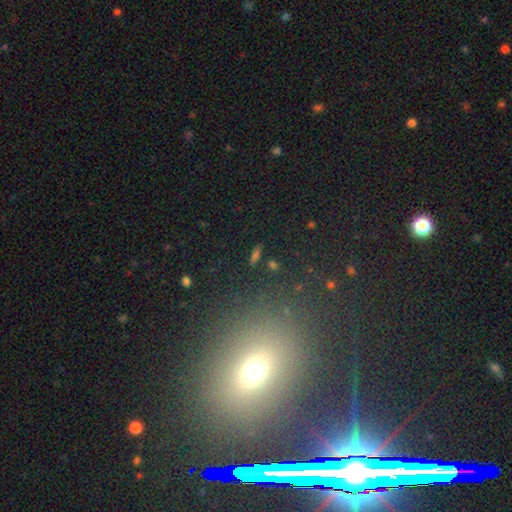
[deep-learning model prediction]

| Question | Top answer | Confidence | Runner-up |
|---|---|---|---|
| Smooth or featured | smooth | 44% | star or artifact (41%) |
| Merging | none | 81% | minor disturbance (10%) |